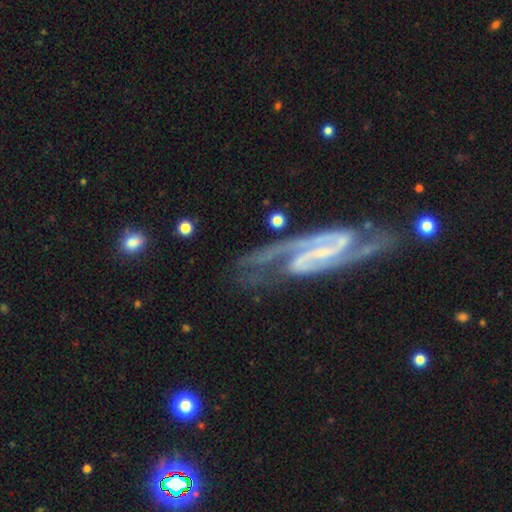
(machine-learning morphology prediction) smooth_or_featured: featured or disk (p=0.86) [alt: smooth p=0.08]
disk_edge_on: no (p=0.94) [alt: yes p=0.06]
bar: strong (p=0.44) [alt: weak p=0.36]
has_spiral_arms: yes (p=0.96) [alt: no p=0.04]
spiral_winding: medium (p=0.51) [alt: loose p=0.29]
spiral_arm_count: 2 (p=0.89) [alt: can't tell p=0.03]
bulge_size: small (p=0.52) [alt: none p=0.32]
merging: none (p=0.57) [alt: minor disturbance p=0.19]